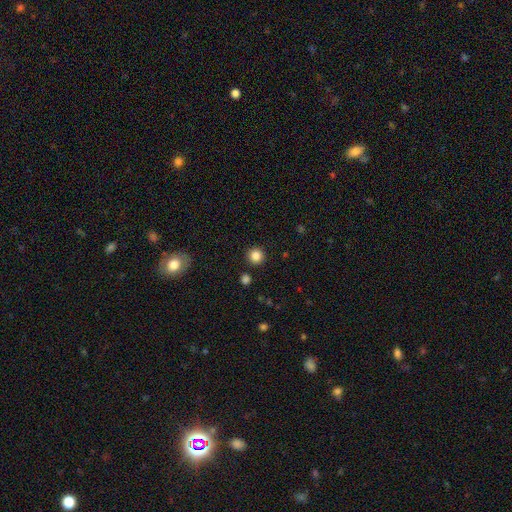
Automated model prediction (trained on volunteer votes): The model was most divided on "smooth or featured": smooth: 85%, star or artifact: 11%, featured or disk: 4%. More confident: how rounded — round (95%); merging — none (91%).